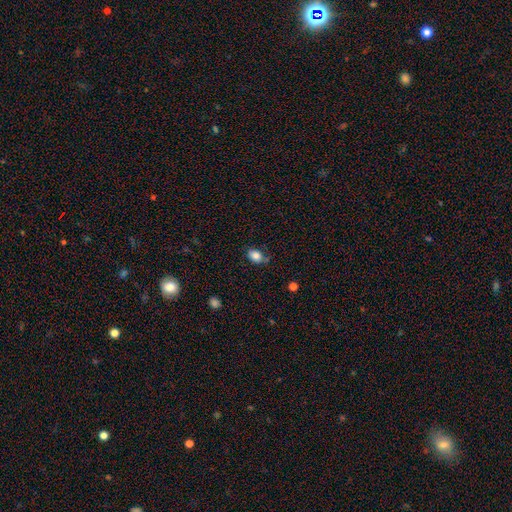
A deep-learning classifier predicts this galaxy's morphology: This is clearly a smooth galaxy (82%). How rounded: likely in between (76%). Merging: likely none (69%).